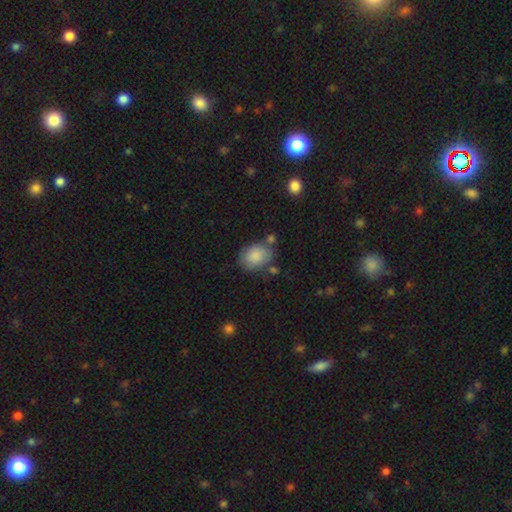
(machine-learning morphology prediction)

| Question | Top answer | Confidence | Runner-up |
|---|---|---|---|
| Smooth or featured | smooth | 84% | featured or disk (9%) |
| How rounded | in between | 64% | round (35%) |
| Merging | none | 60% | minor disturbance (22%) |